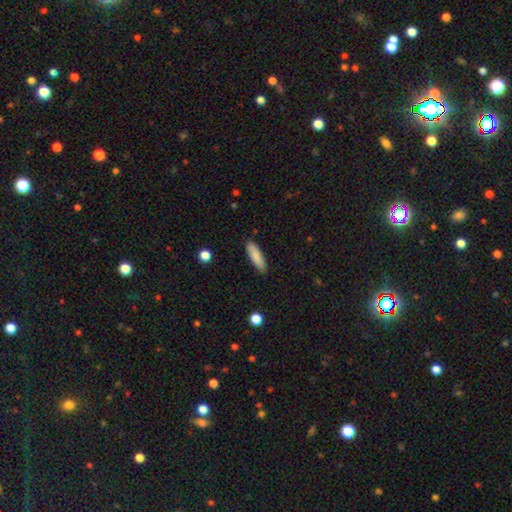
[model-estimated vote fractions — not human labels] A smooth galaxy with no disk features (85%) that is cigar-shaped (67%). Merging: none (86%).